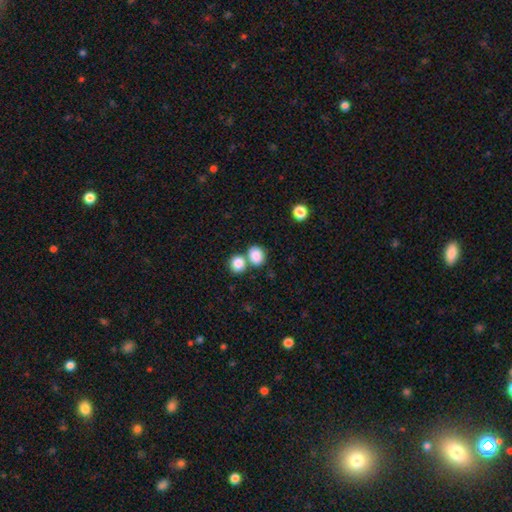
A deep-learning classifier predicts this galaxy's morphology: A smooth galaxy with no disk features (86%) that is round (65%).

Vote fractions:
- Smooth or featured? smooth: 86% / star or artifact: 9% / featured or disk: 5%
- How rounded? round: 65% / in between: 34% / cigar-shaped: 1%
- Merging? none: 51% / merger: 39% / minor disturbance: 8% / major disturbance: 3%